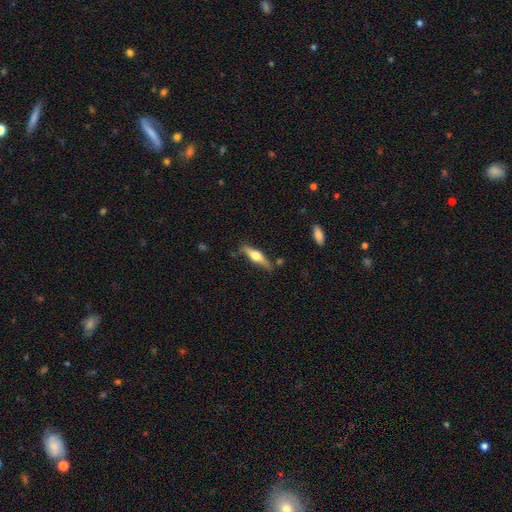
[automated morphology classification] Smooth or featured? Predicted: featured or disk (p=0.62). Edge-on disk? Predicted: yes (p=0.95). Edge-on bulge? Predicted: rounded (p=0.94). Merging? Predicted: none (p=0.79).